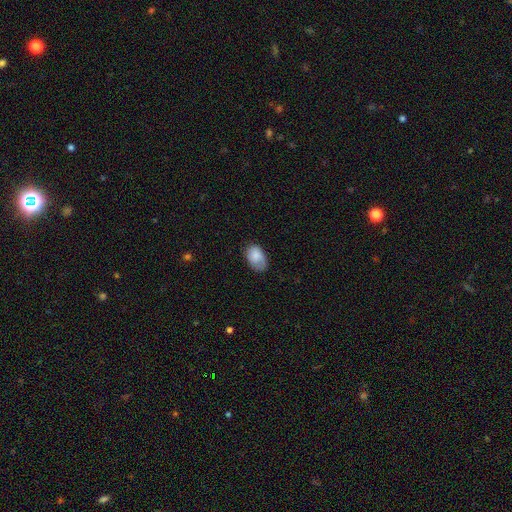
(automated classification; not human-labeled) Smooth or featured?
  - smooth: 82% *
  - featured or disk: 11%
  - star or artifact: 7%
How rounded?
  - in between: 89% *
  - round: 10%
  - cigar-shaped: 1%
Merging?
  - none: 61% *
  - minor disturbance: 29%
  - major disturbance: 8%
  - merger: 1%